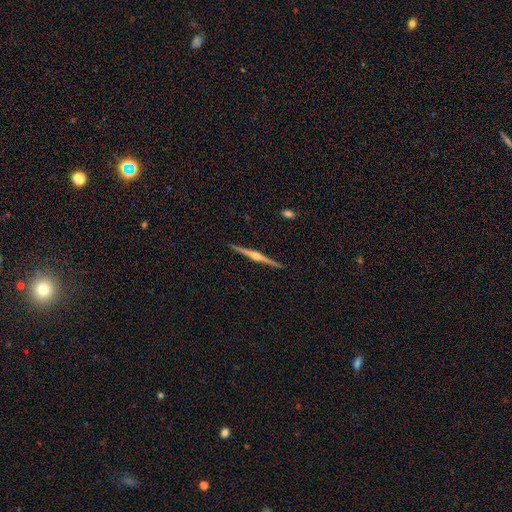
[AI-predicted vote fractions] smooth-or-featured: featured or disk: 86% | smooth: 9% | star or artifact: 5%
  disk-edge-on: yes: 99% | no: 1%
    edge-on-bulge: rounded: 93% | boxy: 4% | none: 3%
  merging: none: 93% | minor disturbance: 5% | major disturbance: 1% | merger: 1%